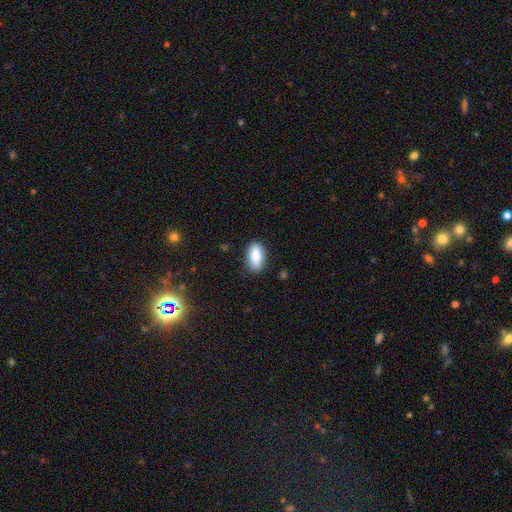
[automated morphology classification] Q: Smooth or featured?
A: smooth (84%); runner-up: featured or disk (9%)
Q: How rounded?
A: in between (88%); runner-up: cigar-shaped (7%)
Q: Merging?
A: none (83%); runner-up: minor disturbance (13%)